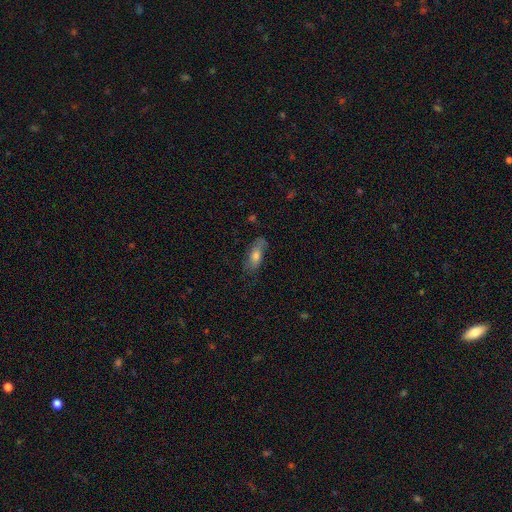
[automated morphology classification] smooth 59%, featured or disk 33%, star or artifact 8%. Down the decision tree: how rounded — in between (72%); merging — none (68%).